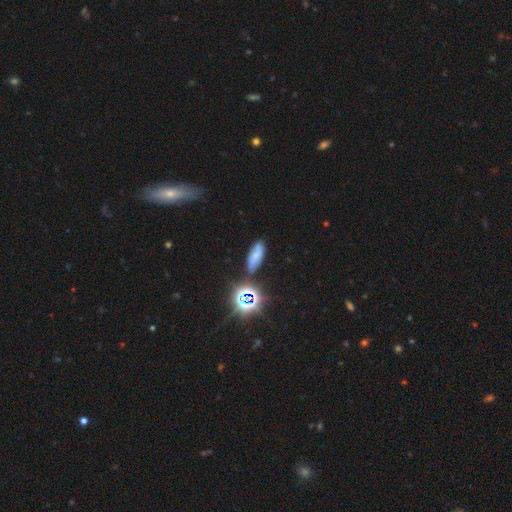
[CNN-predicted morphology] Smooth or featured: smooth — 50% (star or artifact — 25%)
How rounded: in between — 76% (cigar-shaped — 18%)
Merging: none — 68% (minor disturbance — 19%)